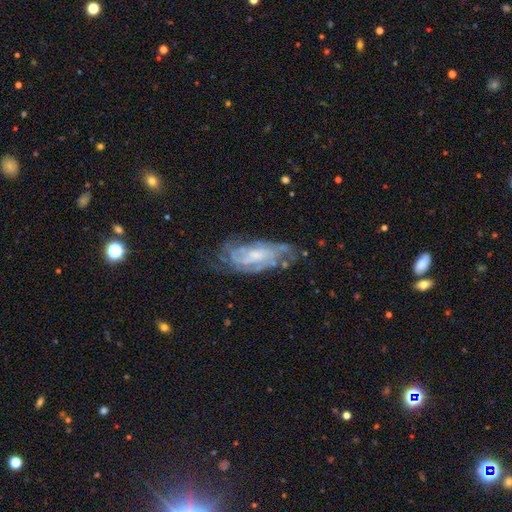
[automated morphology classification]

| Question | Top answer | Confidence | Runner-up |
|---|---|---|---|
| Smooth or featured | featured or disk | 78% | smooth (14%) |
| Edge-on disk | no | 91% | yes (9%) |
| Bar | no | 56% | weak (35%) |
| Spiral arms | yes | 88% | no (12%) |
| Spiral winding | tight | 55% | medium (35%) |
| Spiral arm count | can't tell | 45% | 2 (24%) |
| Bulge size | small | 42% | moderate (31%) |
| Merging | none | 57% | minor disturbance (25%) |